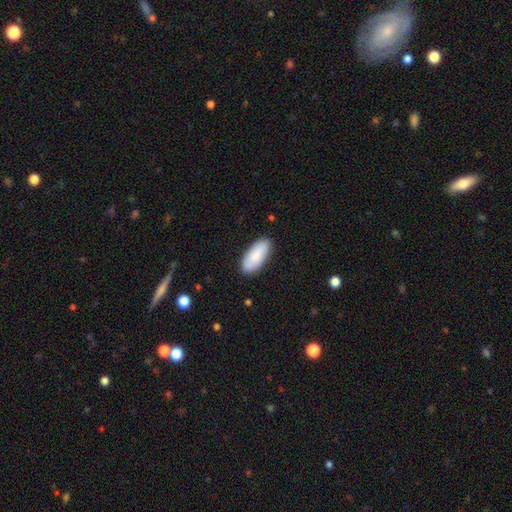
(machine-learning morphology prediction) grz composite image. It shows a smooth galaxy with no disk features (86%) that is in between round and cigar-shaped (88%). Merging: none (86%).